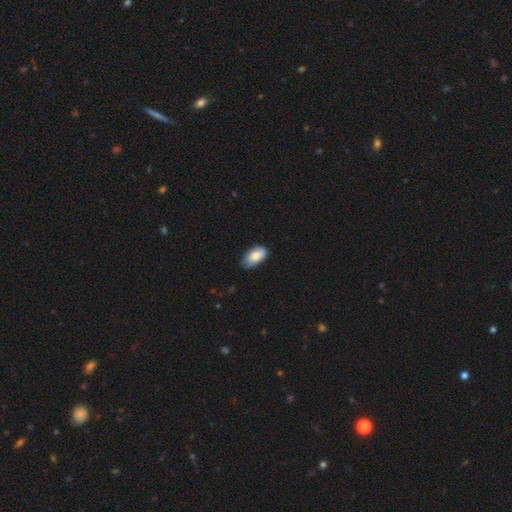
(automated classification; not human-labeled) Morphology: type=smooth (79%); roundness=in between (94%); merging=none (68%).